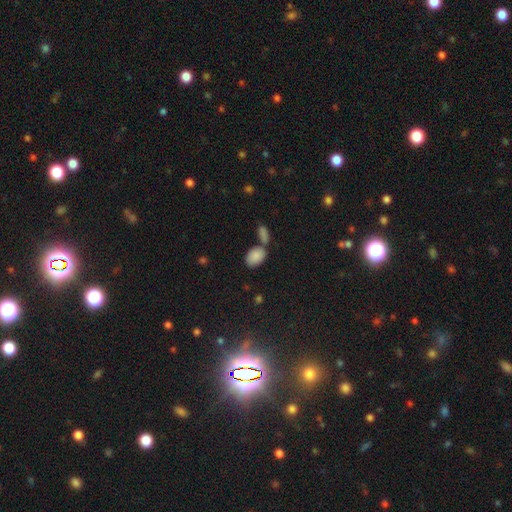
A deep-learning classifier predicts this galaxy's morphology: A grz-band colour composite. It shows a smooth galaxy with no disk features (87%) that is in between round and cigar-shaped (88%). Merging: none (53%).